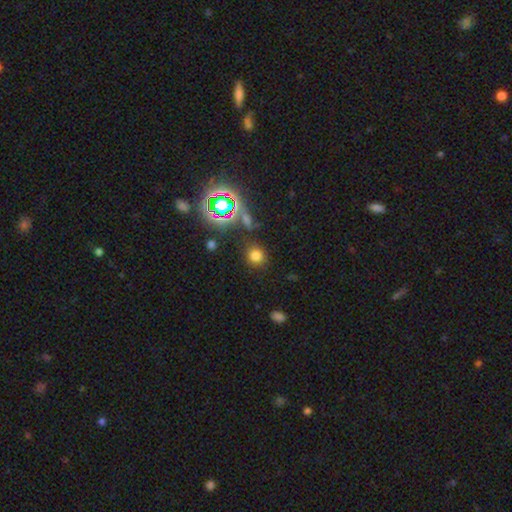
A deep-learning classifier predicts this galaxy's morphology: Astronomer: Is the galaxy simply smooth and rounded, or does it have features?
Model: smooth — 71%.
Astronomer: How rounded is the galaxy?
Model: round — 82%.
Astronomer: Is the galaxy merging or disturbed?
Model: none — 83%.